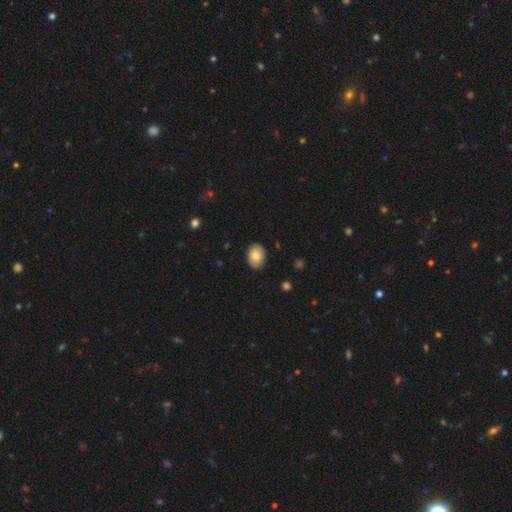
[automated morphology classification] Overall: smooth (80%). How rounded: in between (76%). Merging: none (87%).